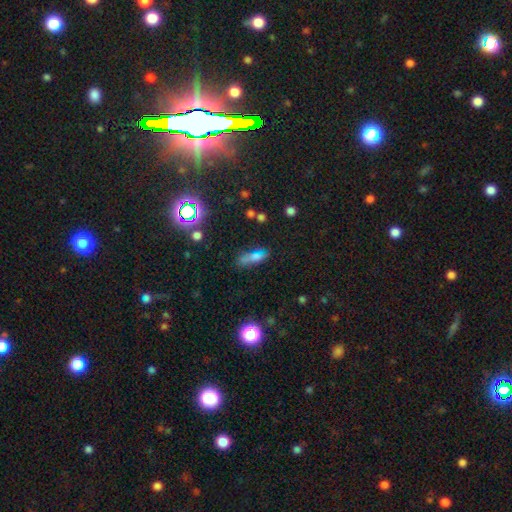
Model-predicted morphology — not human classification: A smooth galaxy with no disk features (63%) that is in between round and cigar-shaped (50%).

Vote fractions:
- Smooth or featured? smooth: 63% / star or artifact: 20% / featured or disk: 17%
- How rounded? in between: 50% / cigar-shaped: 45% / round: 5%
- Merging? none: 59% / minor disturbance: 23% / major disturbance: 11% / merger: 8%